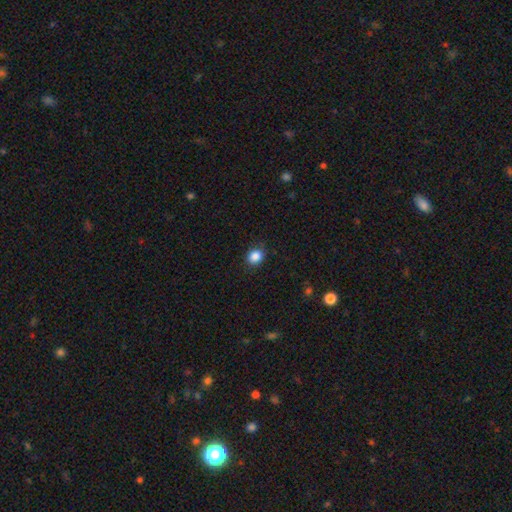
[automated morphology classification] Q: Smooth or featured?
A: smooth (87%); runner-up: star or artifact (10%)
Q: How rounded?
A: round (65%); runner-up: in between (35%)
Q: Merging?
A: none (85%); runner-up: minor disturbance (11%)